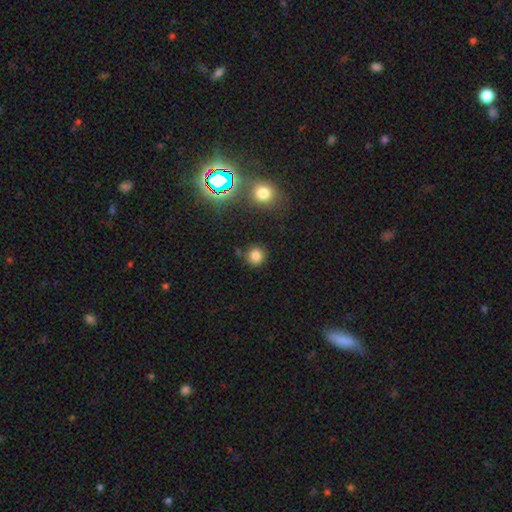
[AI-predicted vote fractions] smooth 80%, star or artifact 15%, featured or disk 5%. Down the decision tree: how rounded — round (91%); merging — none (84%).